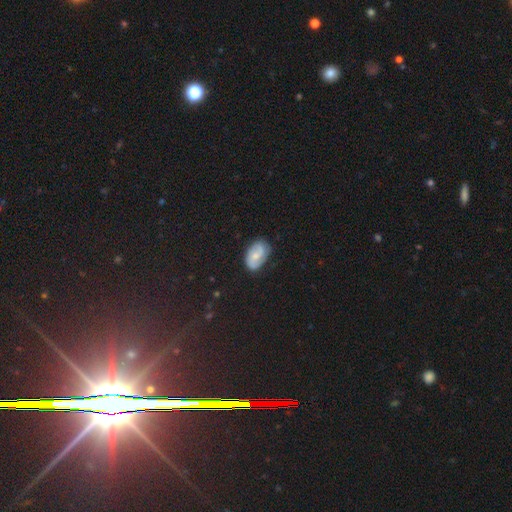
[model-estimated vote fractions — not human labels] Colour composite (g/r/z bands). It shows a featured or disk galaxy (59%) with no bar (46%), spiral arms (88%) and a small central bulge (45%). Merging: none (75%).